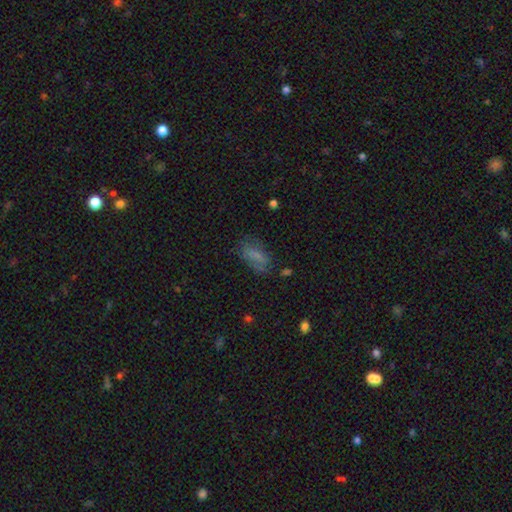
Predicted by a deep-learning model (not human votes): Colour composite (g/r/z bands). It shows a smooth galaxy with no disk features (69%) that is in between round and cigar-shaped (84%). Merging: none (59%).